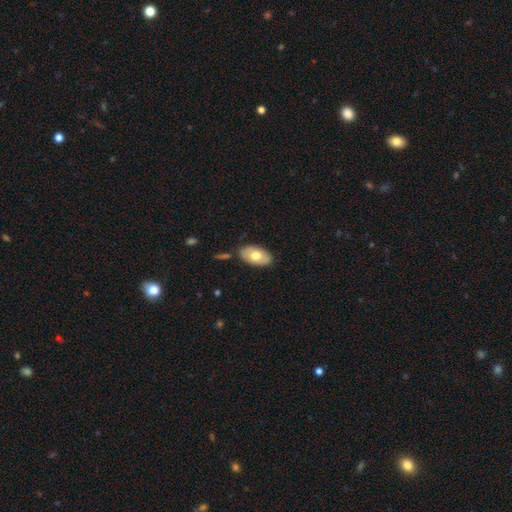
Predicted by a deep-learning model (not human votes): This is likely a smooth galaxy (70%). How rounded: clearly in between (94%). Merging: clearly none (84%).